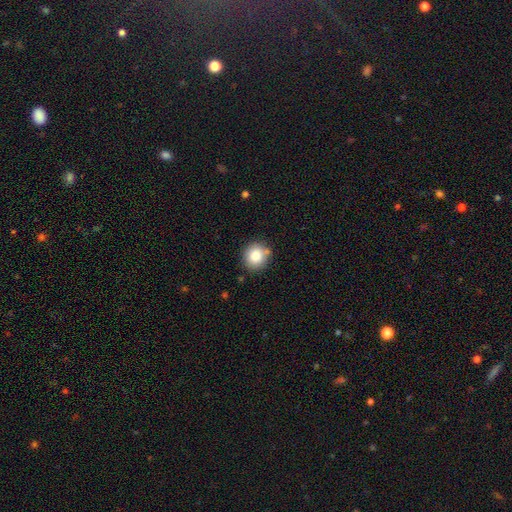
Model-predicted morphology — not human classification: Overall: smooth (83%). How rounded: round (83%). Merging: none (81%).